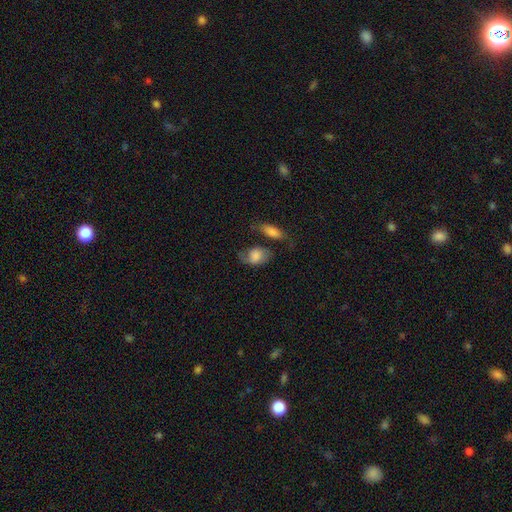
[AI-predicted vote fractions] A smooth galaxy with no disk features (72%) that is in between round and cigar-shaped (77%).

Vote fractions:
- Smooth or featured? smooth: 72% / featured or disk: 21% / star or artifact: 8%
- How rounded? in between: 77% / round: 21% / cigar-shaped: 2%
- Merging? none: 44% / minor disturbance: 27% / major disturbance: 15% / merger: 13%